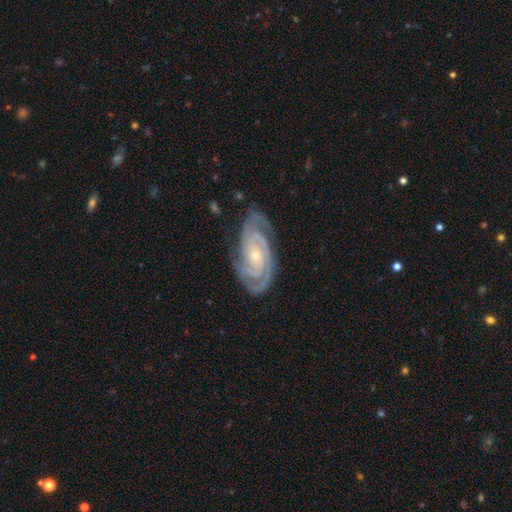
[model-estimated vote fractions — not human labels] Morphology: type=featured or disk (92%); edge-on=no (97%); bar=no (68%); spiral arms=yes (99%); winding=tight (77%); arm count=2 (42%); bulge=small (70%); merging=none (78%).